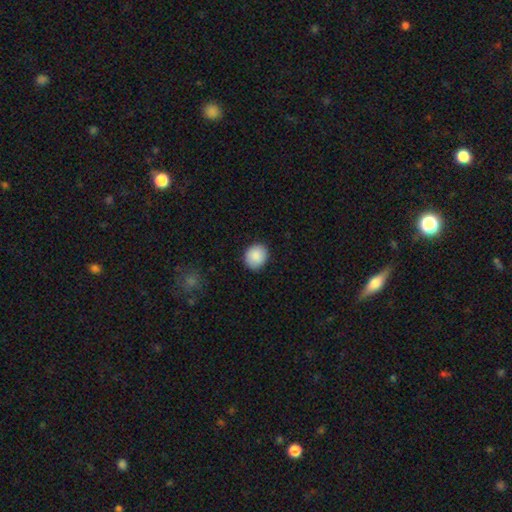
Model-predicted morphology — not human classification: smooth_or_featured: smooth (p=0.89) [alt: star or artifact p=0.07]
how_rounded: round (p=0.80) [alt: in between p=0.19]
merging: none (p=0.88) [alt: minor disturbance p=0.08]